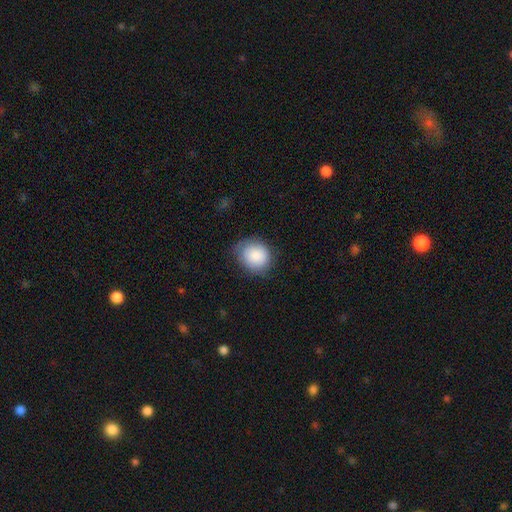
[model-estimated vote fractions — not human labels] The model was most divided on "how rounded": round: 64%, in between: 36%, cigar-shaped: 1%. More confident: smooth or featured — smooth (87%); merging — none (73%).